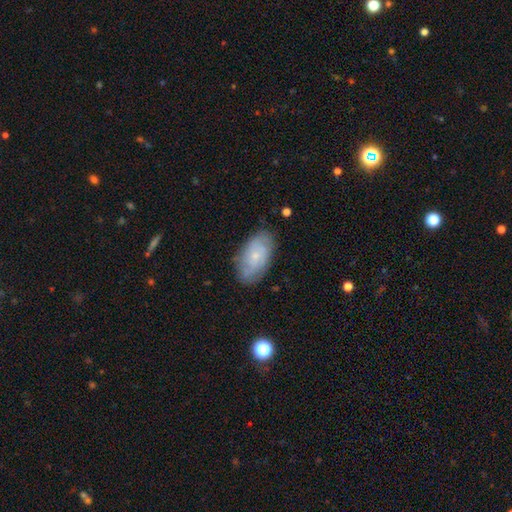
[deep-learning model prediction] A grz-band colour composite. It shows a smooth galaxy with no disk features (46%, tied with featured or disk). Merging: none (78%).